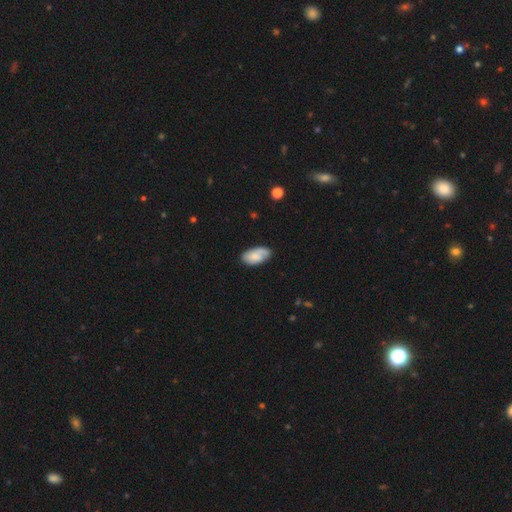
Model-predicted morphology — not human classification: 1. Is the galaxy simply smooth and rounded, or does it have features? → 67% smooth, 27% featured or disk, 7% star or artifact.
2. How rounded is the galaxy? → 94% in between, 3% round, 3% cigar-shaped.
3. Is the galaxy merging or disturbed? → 73% none, 21% minor disturbance, 4% major disturbance, 2% merger.